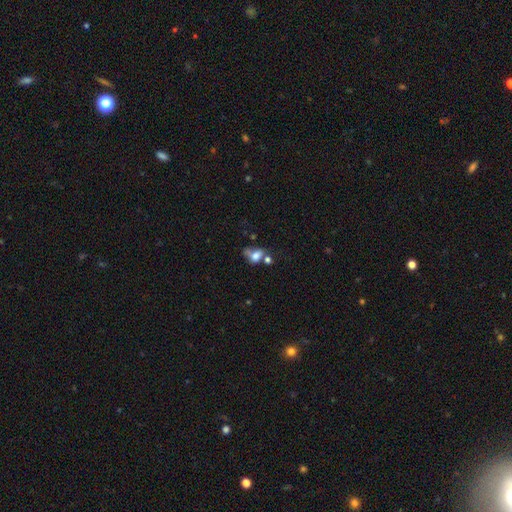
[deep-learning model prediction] A smooth galaxy with no disk features (64%) that is in between round and cigar-shaped (68%).

Vote fractions:
- Smooth or featured? smooth: 64% / featured or disk: 23% / star or artifact: 13%
- How rounded? in between: 68% / round: 29% / cigar-shaped: 3%
- Merging? merger: 34% / none: 27% / major disturbance: 21% / minor disturbance: 18%